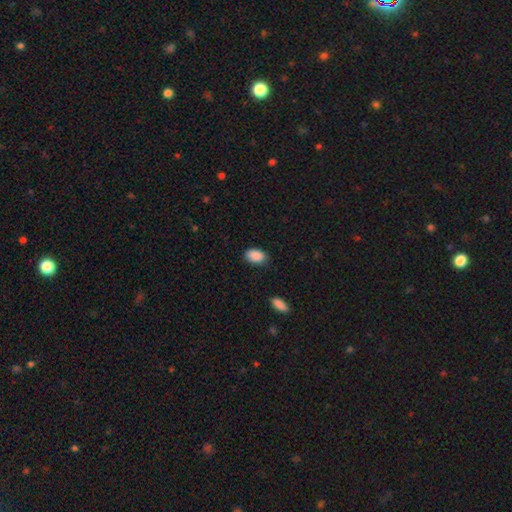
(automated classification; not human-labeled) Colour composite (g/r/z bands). It shows a smooth galaxy with no disk features (89%) that is in between round and cigar-shaped (88%). Merging: none (77%).